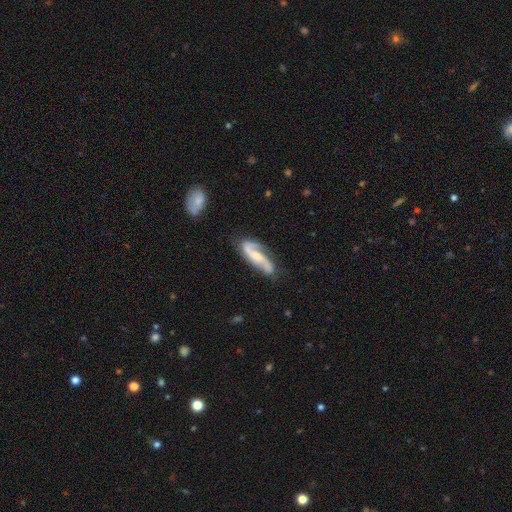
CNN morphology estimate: featured or disk 83%, smooth 12%, star or artifact 5%. Down the decision tree: edge-on disk — no (92%); bar — no (45%); spiral arms — yes (96%); spiral arm count — 2 (90%); spiral winding — medium (44%); bulge size — small (47%); merging — none (71%).